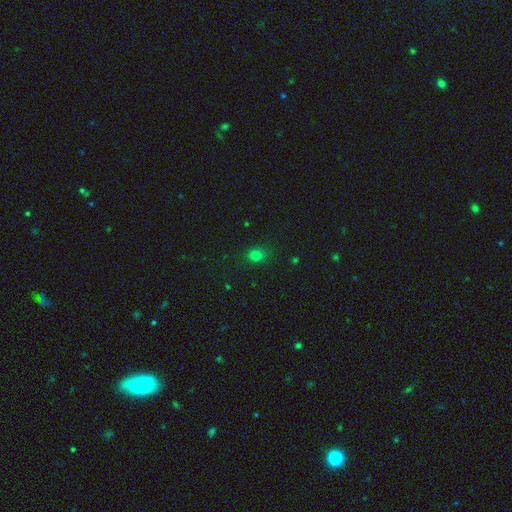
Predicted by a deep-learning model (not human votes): Smooth or featured? smooth (76%)
How rounded? round (62%)
Merging? none (81%)